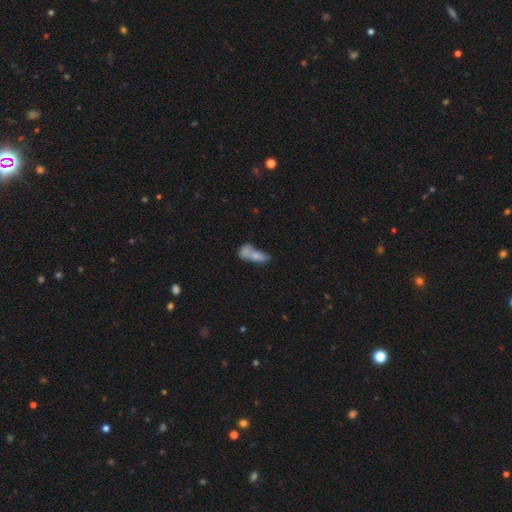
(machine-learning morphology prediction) Smooth or featured? smooth (70%)
How rounded? in between (68%)
Merging? merger (57%)